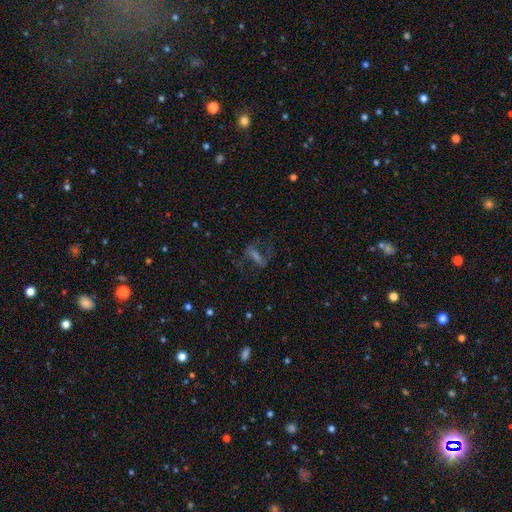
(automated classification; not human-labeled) This is possibly a featured or disk galaxy (49%). Merging: likely none (61%).